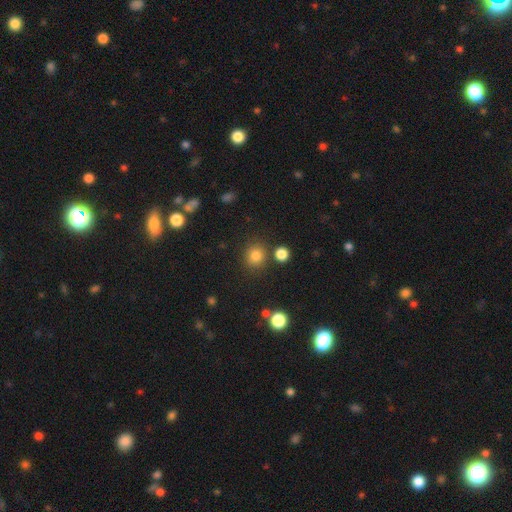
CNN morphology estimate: This appears to be a smooth galaxy with no disk features (82%) that is round (86%). Merging: none (82%).